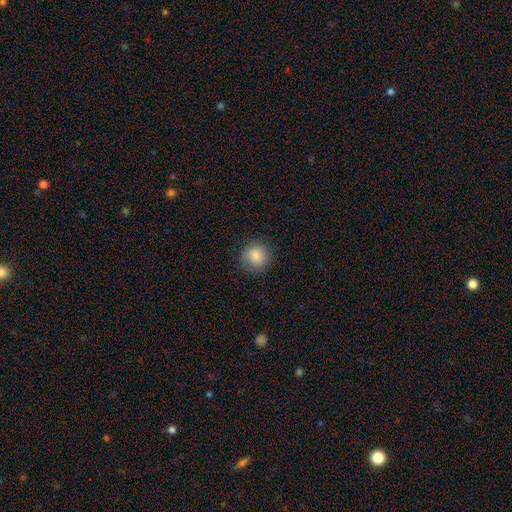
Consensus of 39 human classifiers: Smooth or featured: smooth — 85% (featured or disk — 10%)
How rounded: round — 91% (in between — 6%)
Merging: none — 86% (minor disturbance — 14%)